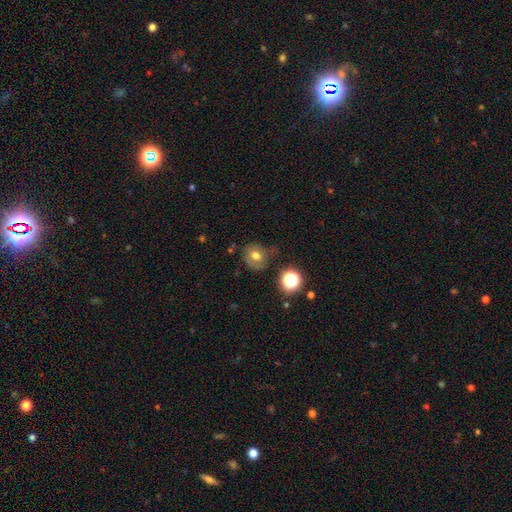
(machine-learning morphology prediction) A smooth galaxy with no disk features (66%) that is round (76%). Merging: none (59%).